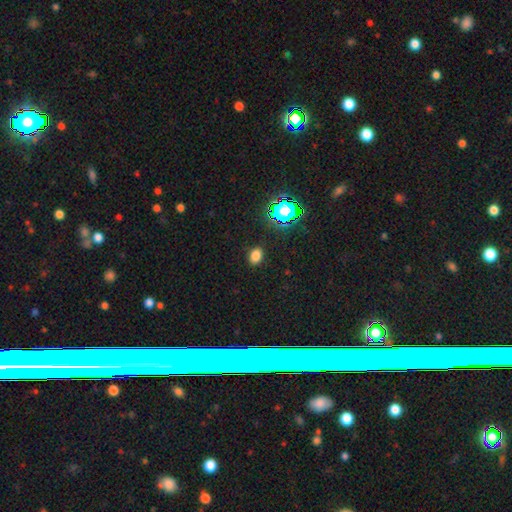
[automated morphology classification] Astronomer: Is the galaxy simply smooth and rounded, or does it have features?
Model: smooth — 76%.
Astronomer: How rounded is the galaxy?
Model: in between — 73%.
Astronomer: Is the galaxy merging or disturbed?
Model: none — 88%.